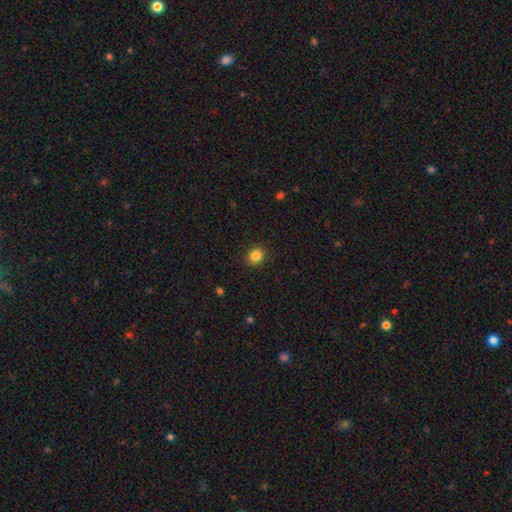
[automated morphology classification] Smooth or featured: smooth — 84% (star or artifact — 11%)
How rounded: round — 84% (in between — 15%)
Merging: none — 91% (minor disturbance — 6%)